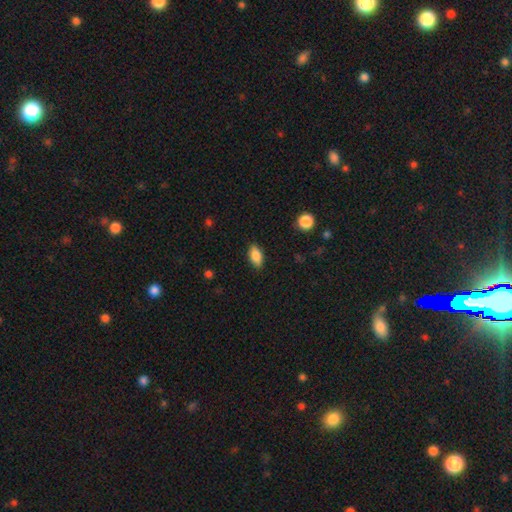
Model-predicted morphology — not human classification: The model was most divided on "smooth or featured": smooth: 84%, featured or disk: 8%, star or artifact: 8%. More confident: how rounded — in between (90%); merging — none (87%).